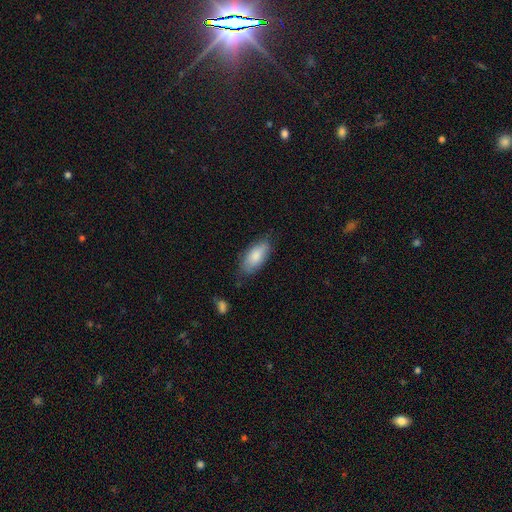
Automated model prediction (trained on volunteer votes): smooth-or-featured: smooth: 83% | featured or disk: 11% | star or artifact: 6%
  how-rounded: in between: 88% | cigar-shaped: 10% | round: 2%
  merging: none: 74% | minor disturbance: 20% | major disturbance: 4% | merger: 2%